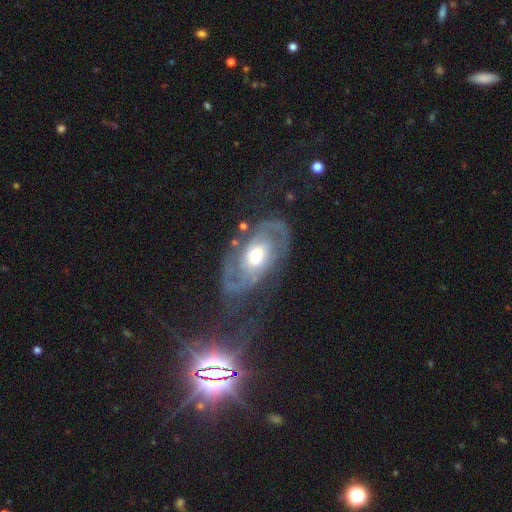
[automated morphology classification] This is clearly a featured or disk galaxy (84%). It is clearly not viewed edge-on (95%). Bar: likely no (67%). Spiral arm pattern: clearly yes (92%). Spiral arm count: likely 2 (64%). Spiral winding: possibly tight (52%). Central bulge: likely moderate (66%). Merging: likely none (64%).